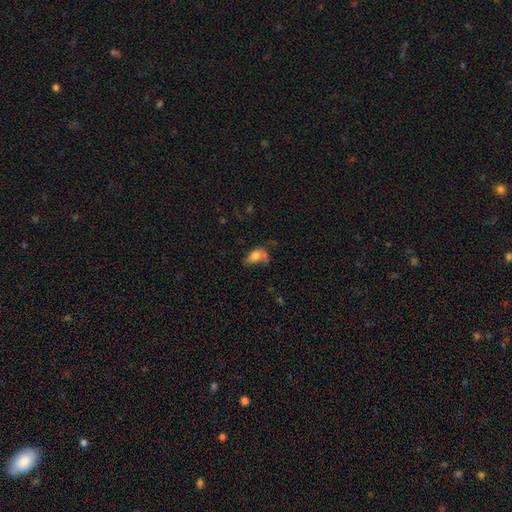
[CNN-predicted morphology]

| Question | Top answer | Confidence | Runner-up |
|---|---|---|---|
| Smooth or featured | smooth | 68% | featured or disk (21%) |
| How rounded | in between | 83% | round (12%) |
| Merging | none | 29% | major disturbance (25%) |